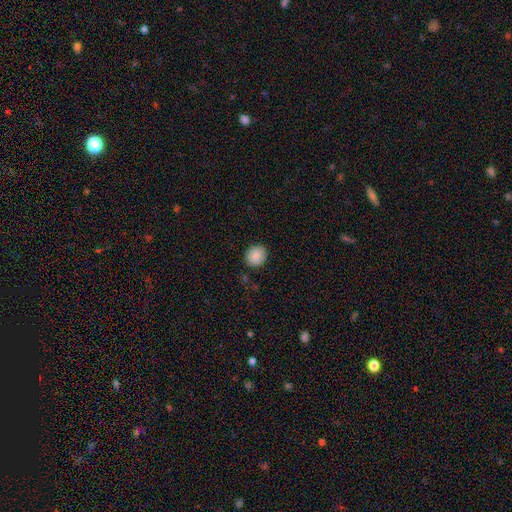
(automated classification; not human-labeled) smooth-or-featured: smooth: 86% | star or artifact: 8% | featured or disk: 6%
  how-rounded: round: 77% | in between: 22% | cigar-shaped: 1%
  merging: none: 87% | minor disturbance: 9% | major disturbance: 2% | merger: 1%